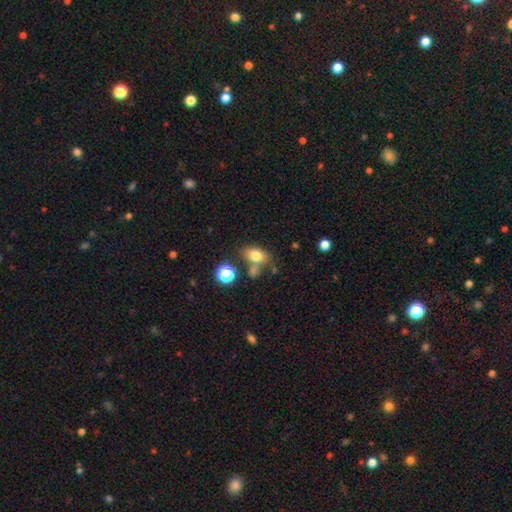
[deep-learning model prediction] smooth_or_featured: smooth (p=0.76) [alt: featured or disk p=0.12]
how_rounded: in between (p=0.80) [alt: round p=0.18]
merging: none (p=0.58) [alt: merger p=0.20]